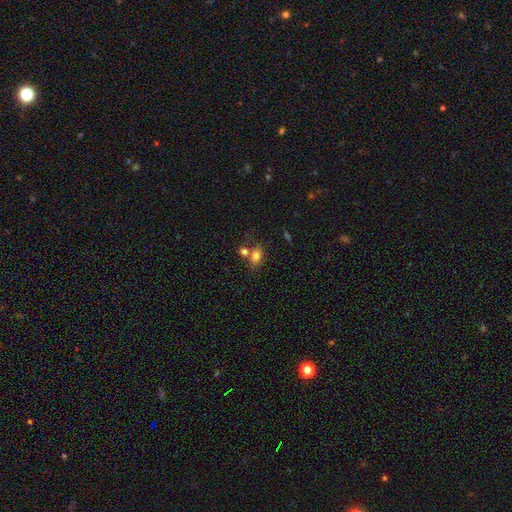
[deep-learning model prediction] smooth-or-featured: smooth: 78% | star or artifact: 11% | featured or disk: 11%
  how-rounded: in between: 78% | round: 20% | cigar-shaped: 2%
  merging: none: 47% | merger: 32% | minor disturbance: 14% | major disturbance: 6%